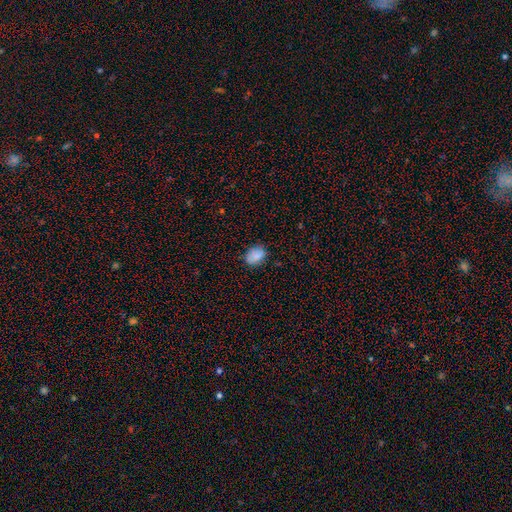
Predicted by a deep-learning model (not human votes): Morphology: type=smooth (86%); roundness=in between (76%); merging=none (79%).